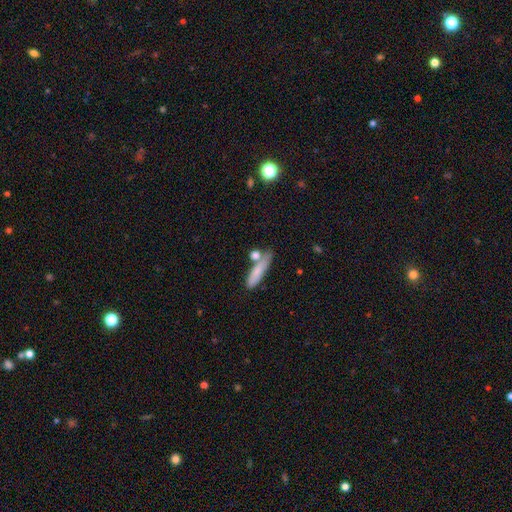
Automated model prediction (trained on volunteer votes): smooth_or_featured: smooth (p=0.57) [alt: featured or disk p=0.29]
how_rounded: cigar-shaped (p=0.69) [alt: in between p=0.23]
merging: none (p=0.57) [alt: merger p=0.18]